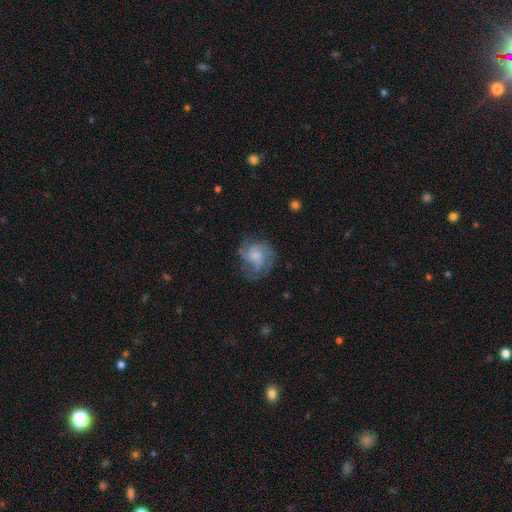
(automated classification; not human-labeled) This appears to be a featured or disk galaxy (68%) with no bar (68%), 3 (37%) medium (47%) spiral arms (91%) and a small central bulge (43%). Merging: none (64%).